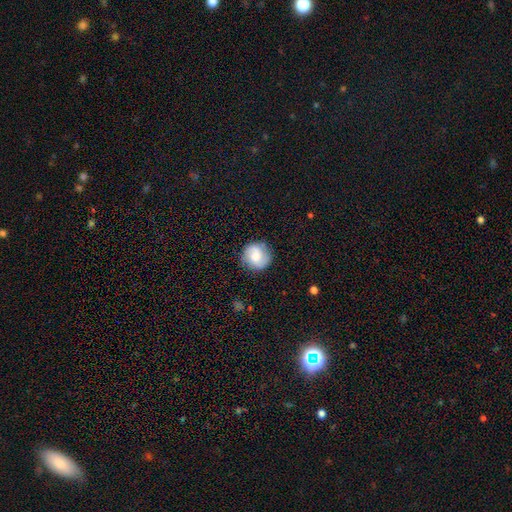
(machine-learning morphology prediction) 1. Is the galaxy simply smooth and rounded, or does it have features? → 47% featured or disk, 45% smooth, 8% star or artifact.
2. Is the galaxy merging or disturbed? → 82% none, 13% minor disturbance, 4% major disturbance, 1% merger.